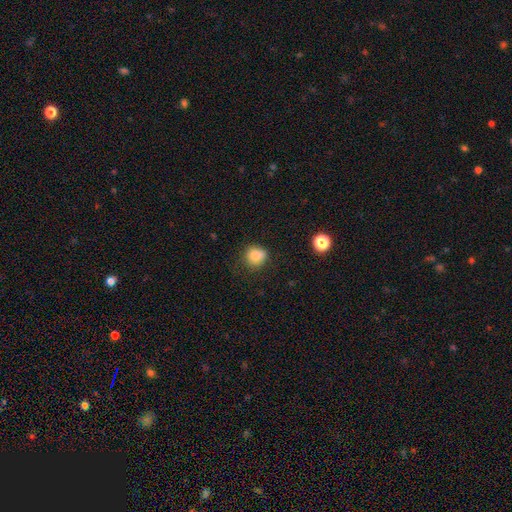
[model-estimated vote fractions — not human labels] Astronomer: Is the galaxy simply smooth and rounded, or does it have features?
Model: smooth — 84%.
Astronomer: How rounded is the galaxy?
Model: round — 77%.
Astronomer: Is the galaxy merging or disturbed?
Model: none — 72%.